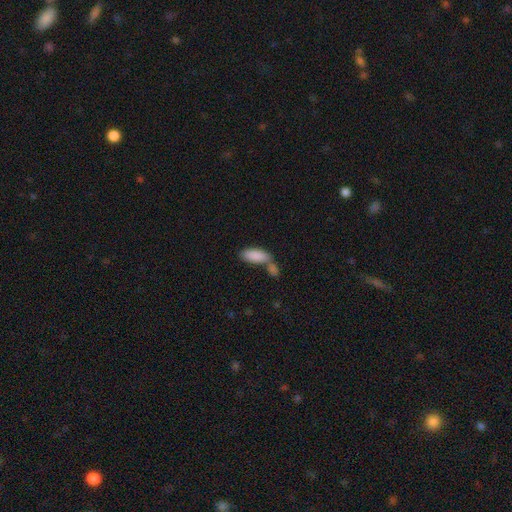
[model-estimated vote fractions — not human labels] This appears to be a smooth galaxy with no disk features (87%) that is in between round and cigar-shaped (79%). Merging: merger (44%).